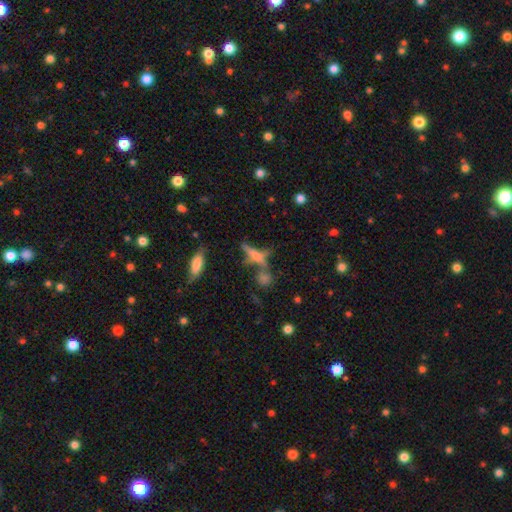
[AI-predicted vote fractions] This is marginally a smooth galaxy (44%). Merging: possibly none (48%).